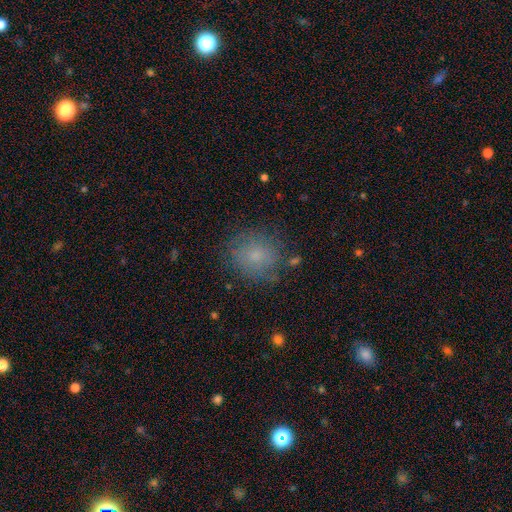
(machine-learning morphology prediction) Smooth or featured? Predicted: smooth (p=0.68). How rounded? Predicted: round (p=0.78). Merging? Predicted: none (p=0.75).